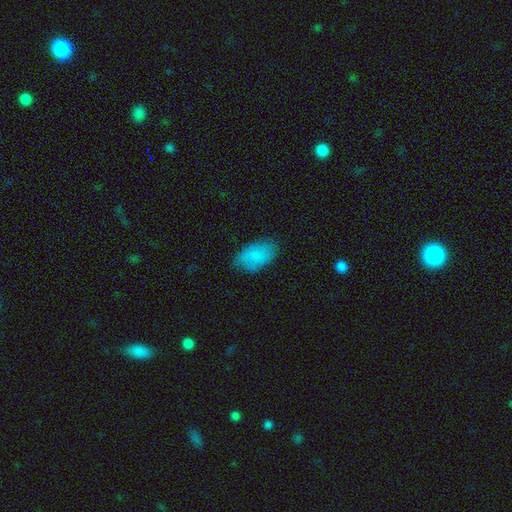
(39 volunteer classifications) This is clearly a smooth galaxy (87%). How rounded: clearly in between (97%). Merging: likely none (64%).